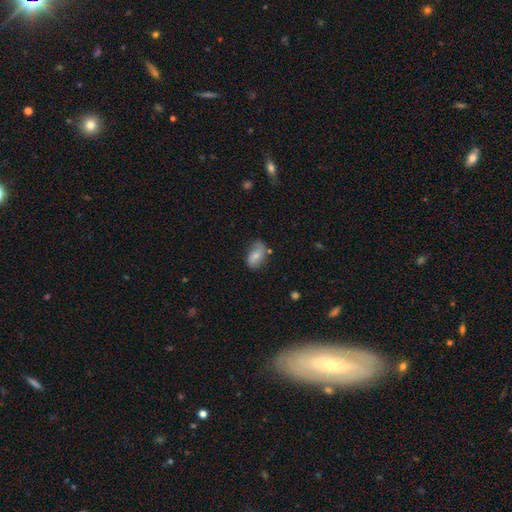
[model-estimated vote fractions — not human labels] smooth 62%, featured or disk 30%, star or artifact 8%. Down the decision tree: how rounded — in between (89%); merging — none (62%).